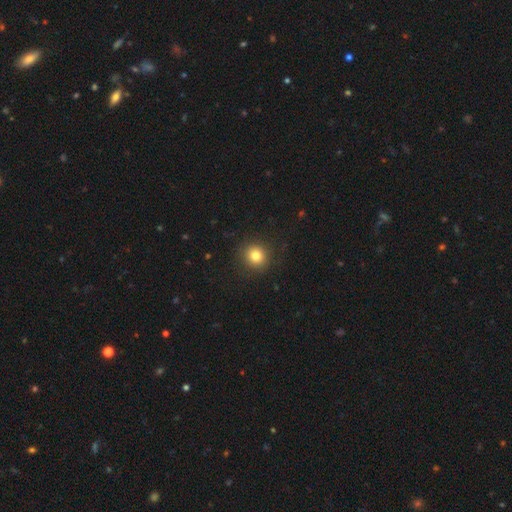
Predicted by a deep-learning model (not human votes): Smooth or featured: smooth — 80% (star or artifact — 13%)
How rounded: round — 92% (in between — 7%)
Merging: none — 91% (minor disturbance — 6%)